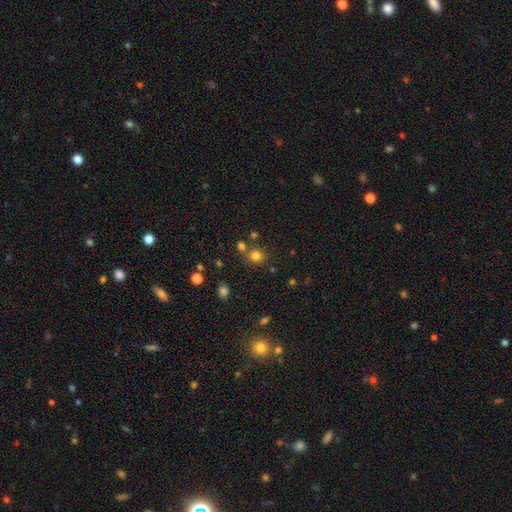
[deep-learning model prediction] This is likely a smooth galaxy (77%). How rounded: clearly round (88%). Merging: likely none (73%).